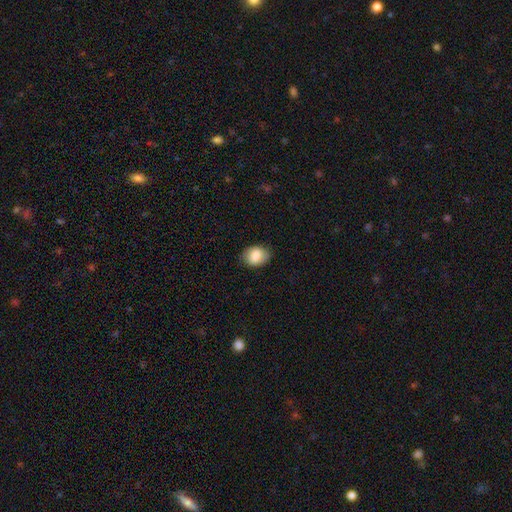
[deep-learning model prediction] Smooth or featured? smooth (82%)
How rounded? in between (70%)
Merging? none (82%)